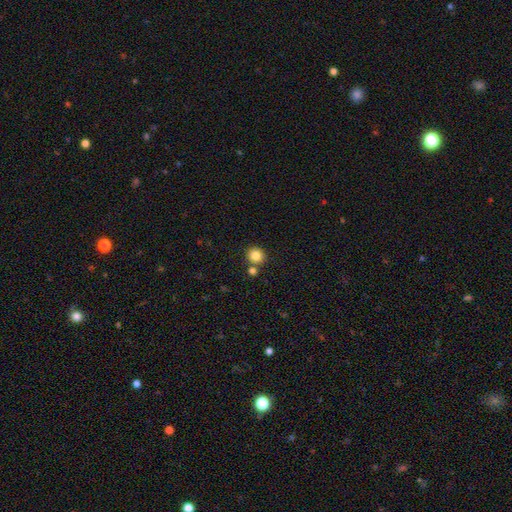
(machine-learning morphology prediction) Smooth or featured: smooth — 83% (star or artifact — 11%)
How rounded: round — 89% (in between — 10%)
Merging: none — 76% (merger — 15%)